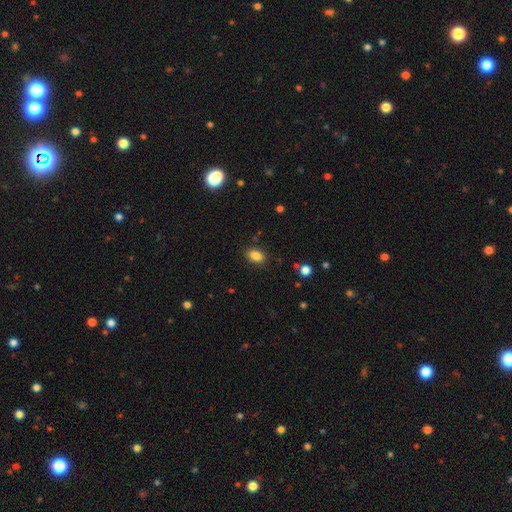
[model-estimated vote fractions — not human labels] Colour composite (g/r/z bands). It shows a smooth galaxy with no disk features (85%) that is in between round and cigar-shaped (82%). Merging: none (87%).